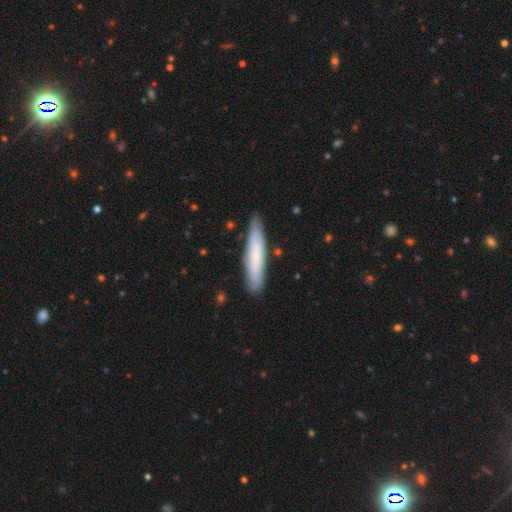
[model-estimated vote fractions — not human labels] Smooth or featured? Predicted: smooth (p=0.63). How rounded? Predicted: cigar-shaped (p=0.88). Merging? Predicted: none (p=0.82).